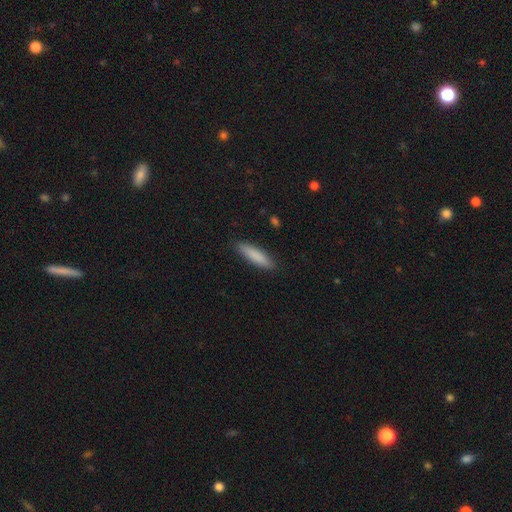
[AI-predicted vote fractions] The model was most divided on "how rounded": cigar-shaped: 77%, in between: 22%, round: 1%. More confident: merging — none (89%); smooth or featured — smooth (85%).